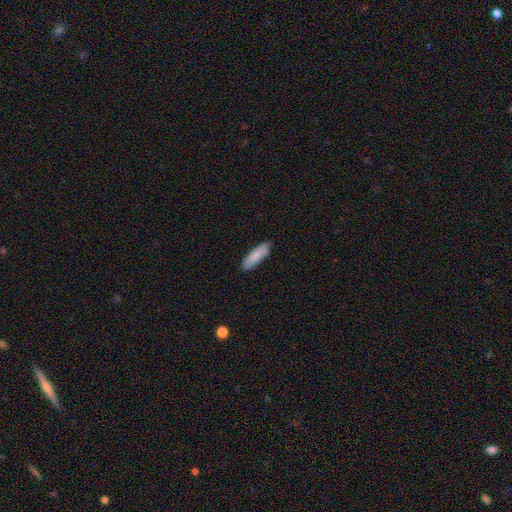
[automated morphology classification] Overall: smooth (85%). How rounded: cigar-shaped (58%; in between 40%). Merging: none (83%).